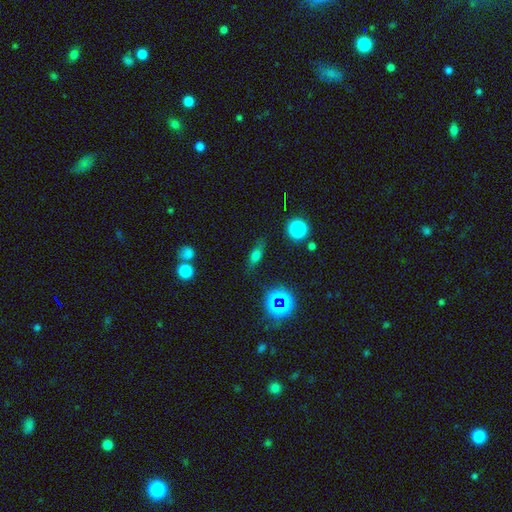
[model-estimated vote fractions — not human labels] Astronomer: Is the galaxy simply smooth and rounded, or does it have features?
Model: smooth — 60%.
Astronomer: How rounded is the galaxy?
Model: in between — 55% (runner-up: cigar-shaped, 31%).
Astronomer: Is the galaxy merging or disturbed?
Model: none — 78%.